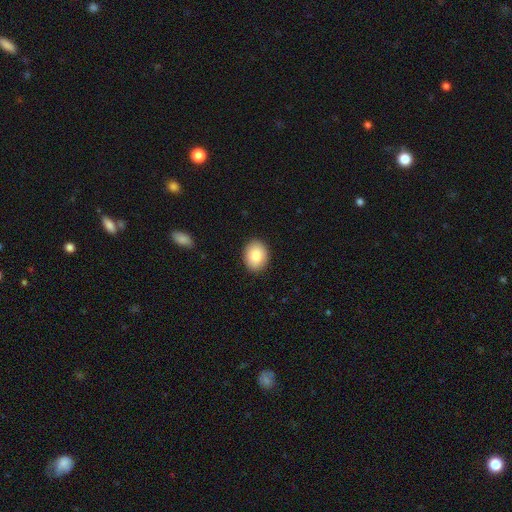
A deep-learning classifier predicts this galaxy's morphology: Smooth or featured?
  - smooth: 85% *
  - featured or disk: 8%
  - star or artifact: 7%
How rounded?
  - in between: 56% *
  - round: 43%
  - cigar-shaped: 1%
Merging?
  - none: 90% *
  - minor disturbance: 7%
  - major disturbance: 2%
  - merger: 1%